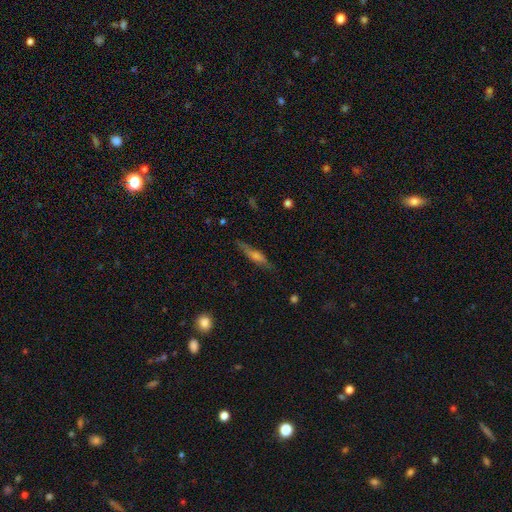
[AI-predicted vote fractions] Smooth or featured? featured or disk (52%)
Edge-on disk? yes (89%)
Merging? none (78%)